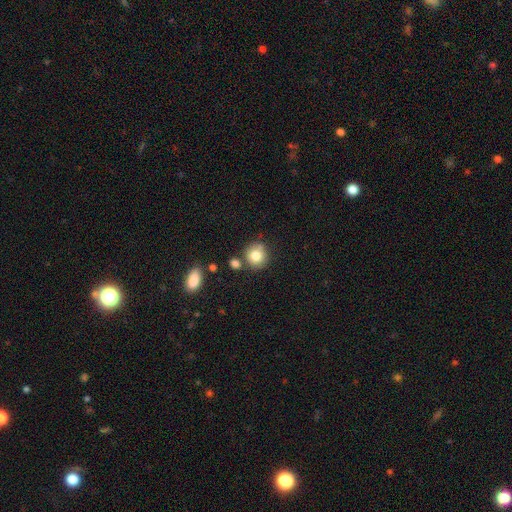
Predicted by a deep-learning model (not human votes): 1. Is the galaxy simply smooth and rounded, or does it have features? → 80% smooth, 10% featured or disk, 10% star or artifact.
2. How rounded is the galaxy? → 87% round, 12% in between, 1% cigar-shaped.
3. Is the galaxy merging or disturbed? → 70% none, 13% minor disturbance, 13% merger, 4% major disturbance.